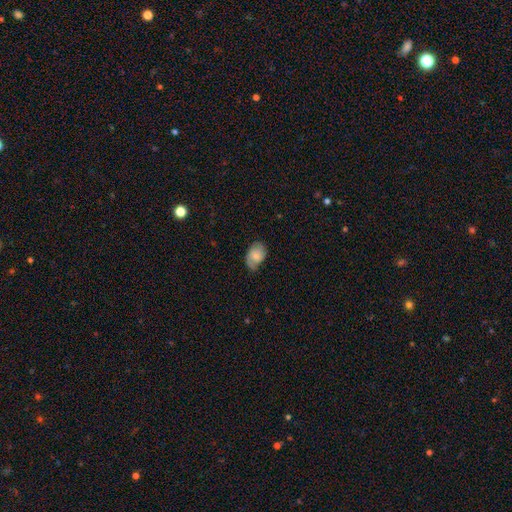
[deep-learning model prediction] Morphology: type=smooth (66%); roundness=in between (82%); merging=none (55%).